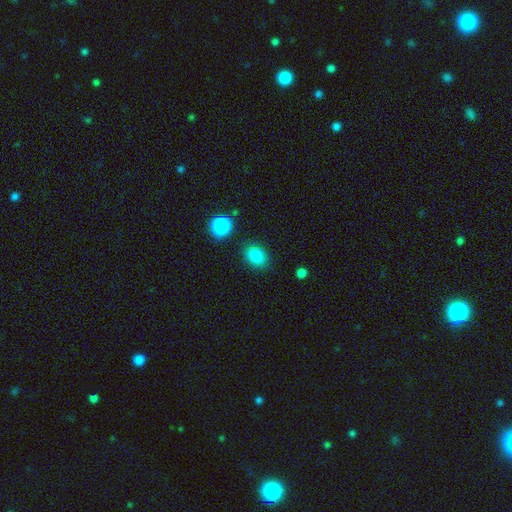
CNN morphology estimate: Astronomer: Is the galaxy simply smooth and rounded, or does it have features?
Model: smooth — 85%.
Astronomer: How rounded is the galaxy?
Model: in between — 64%.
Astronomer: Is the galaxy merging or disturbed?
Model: none — 82%.